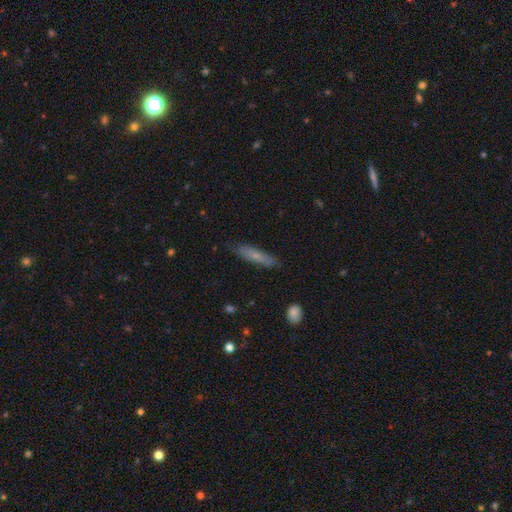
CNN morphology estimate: Smooth or featured? smooth (63%)
How rounded? cigar-shaped (83%)
Merging? none (80%)